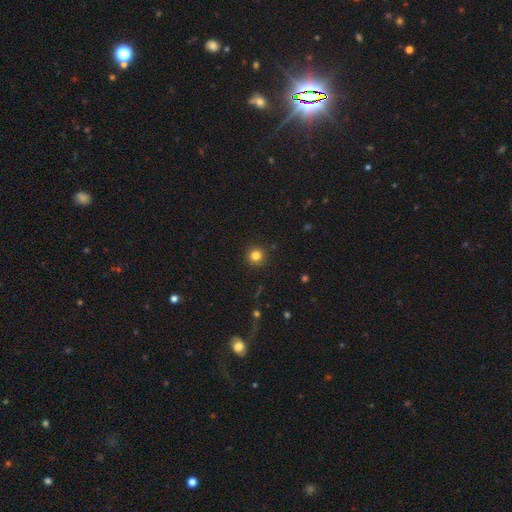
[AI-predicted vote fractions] A smooth galaxy with no disk features (82%) that is round (95%). Merging: none (92%).